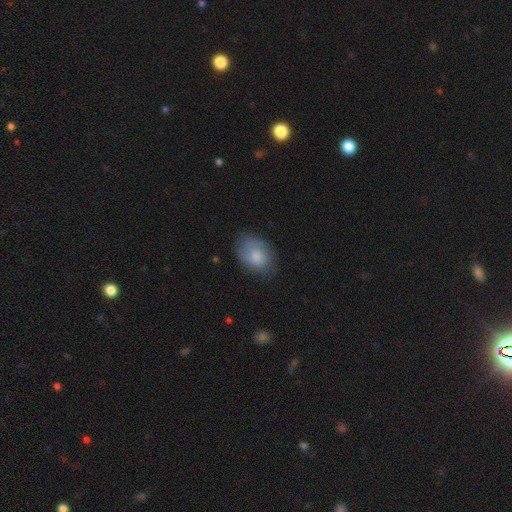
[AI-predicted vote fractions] A smooth galaxy with no disk features (74%) that is in between round and cigar-shaped (80%). Merging: none (68%).